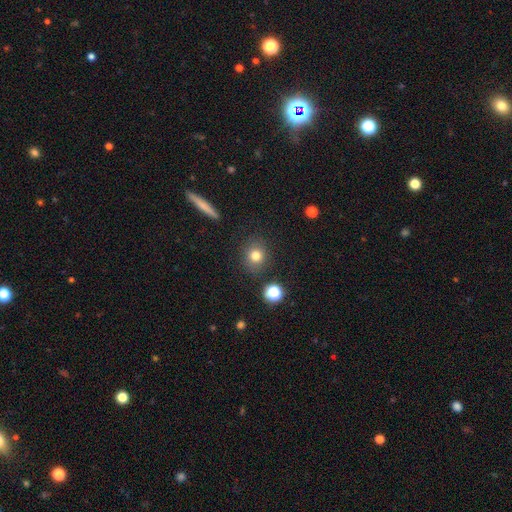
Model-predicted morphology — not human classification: smooth_or_featured: smooth (p=0.78) [alt: star or artifact p=0.14]
how_rounded: round (p=0.83) [alt: in between p=0.15]
merging: none (p=0.86) [alt: minor disturbance p=0.08]